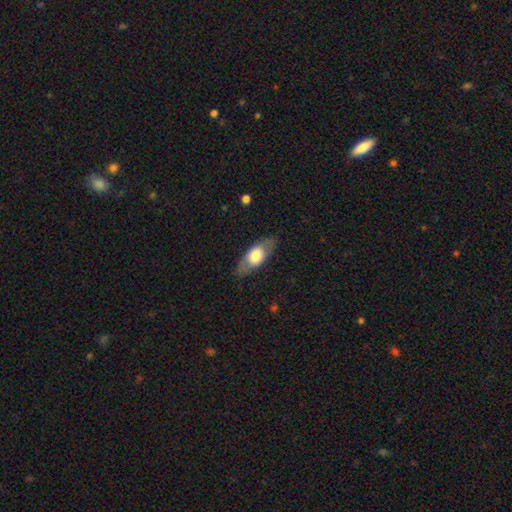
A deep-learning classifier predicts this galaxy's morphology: This appears to be a smooth galaxy with no disk features (56%) that is in between round and cigar-shaped (79%). Merging: none (83%).